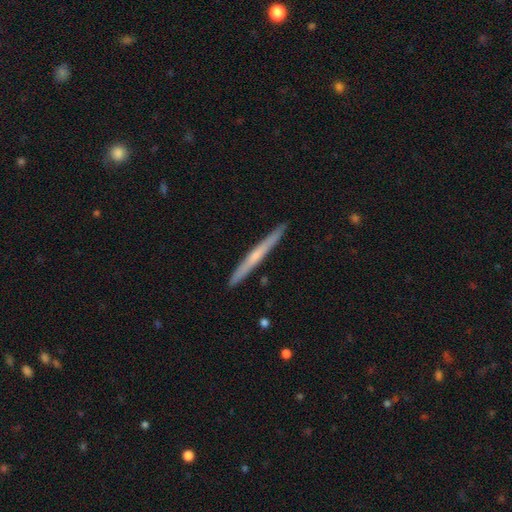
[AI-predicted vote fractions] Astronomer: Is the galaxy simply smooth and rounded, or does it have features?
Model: featured or disk — 56% (runner-up: smooth, 39%).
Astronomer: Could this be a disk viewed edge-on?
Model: yes — 97%.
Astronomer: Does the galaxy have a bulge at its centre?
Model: none — 59% (runner-up: rounded, 37%).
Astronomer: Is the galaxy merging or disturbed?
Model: none — 92%.